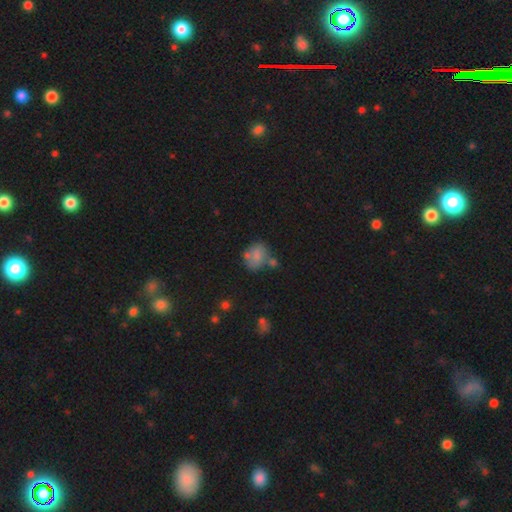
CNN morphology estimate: The model was most divided on "how rounded": in between: 54%, round: 45%, cigar-shaped: 1%. Remaining: smooth or featured — smooth (73%); merging — none (46%).